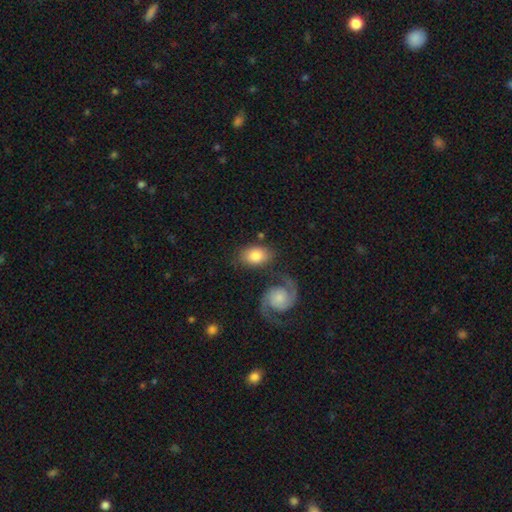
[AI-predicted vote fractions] Smooth or featured? Predicted: smooth (p=0.68). How rounded? Predicted: in between (p=0.84). Merging? Predicted: none (p=0.67).